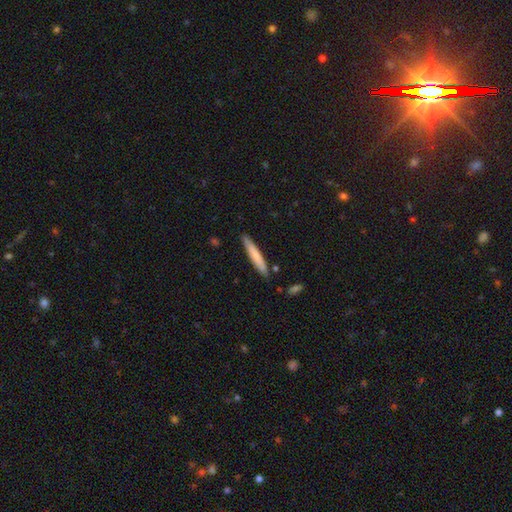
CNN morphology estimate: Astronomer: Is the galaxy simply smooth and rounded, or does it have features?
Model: smooth — 73%.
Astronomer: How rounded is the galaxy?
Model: cigar-shaped — 93%.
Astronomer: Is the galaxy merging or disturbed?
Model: none — 86%.